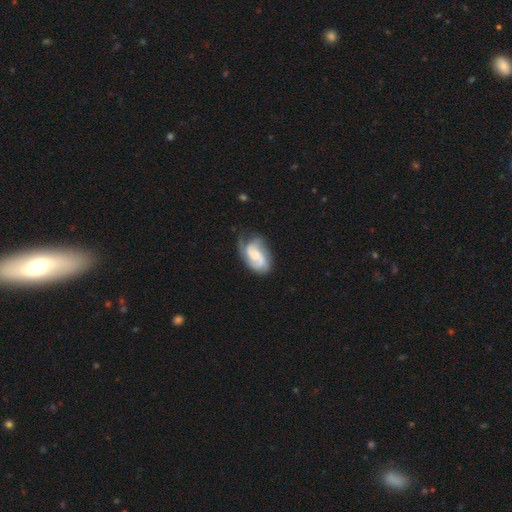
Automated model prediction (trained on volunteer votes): Smooth or featured?
  - featured or disk: 74% *
  - smooth: 20%
  - star or artifact: 6%
Edge-on disk?
  - no: 97% *
  - yes: 3%
Bar?
  - no: 58% *
  - weak: 35%
  - strong: 7%
Spiral arms?
  - yes: 93% *
  - no: 7%
Spiral winding?
  - medium: 45% *
  - tight: 33%
  - loose: 22%
Spiral arm count?
  - 2: 51% *
  - 3: 21%
  - can't tell: 17%
  - 1: 5%
  - 4: 3%
  - more than 4: 3%
Bulge size?
  - moderate: 42% *
  - small: 37%
  - none: 10%
  - large: 10%
  - dominant: 2%
Merging?
  - none: 55% *
  - minor disturbance: 28%
  - major disturbance: 15%
  - merger: 2%